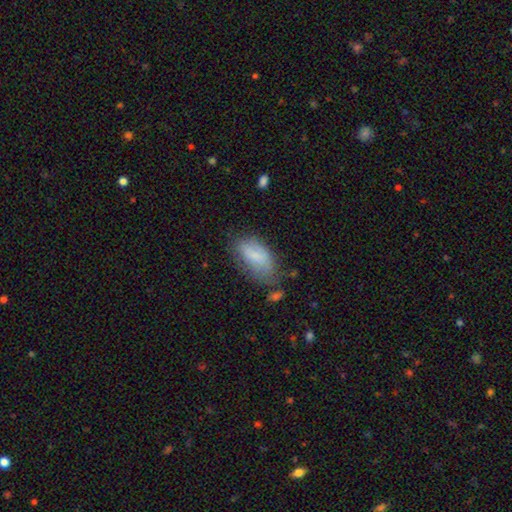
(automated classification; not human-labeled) Morphology: type=smooth (75%); roundness=in between (92%); merging=none (50%).